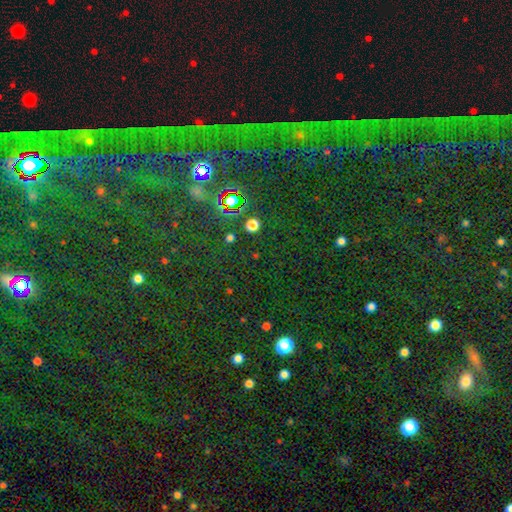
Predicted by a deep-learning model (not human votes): This is clearly a star or artifact rather than a galaxy (81%).